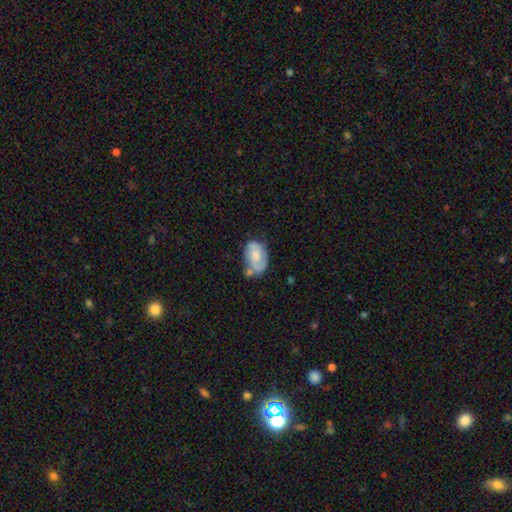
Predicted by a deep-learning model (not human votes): featured or disk 56%, smooth 38%, star or artifact 7%. Down the decision tree: edge-on disk — no (97%); bar — no (63%); spiral arms — yes (81%); bulge size — moderate (42%); merging — none (49%).